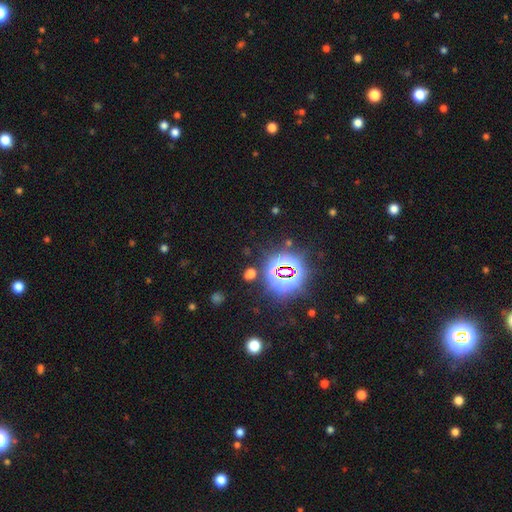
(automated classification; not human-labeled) star or artifact 83%, smooth 10%, featured or disk 7%.